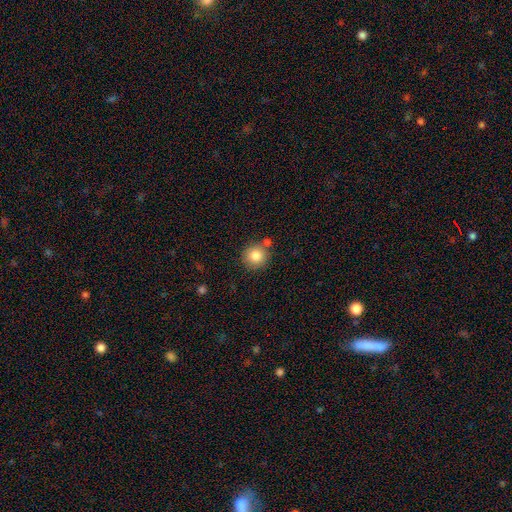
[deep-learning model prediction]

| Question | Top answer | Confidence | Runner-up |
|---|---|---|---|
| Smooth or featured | smooth | 84% | star or artifact (9%) |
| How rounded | round | 92% | in between (7%) |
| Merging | none | 74% | merger (12%) |